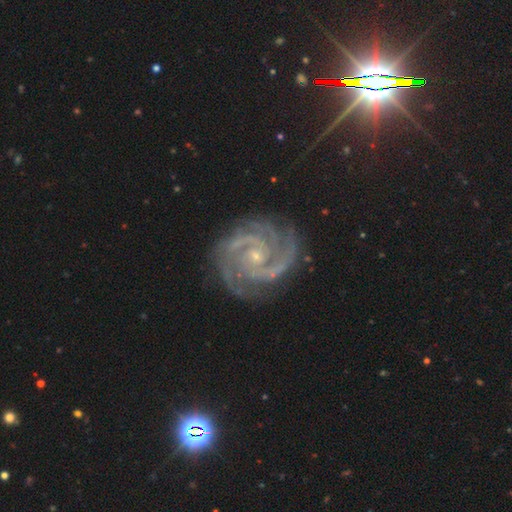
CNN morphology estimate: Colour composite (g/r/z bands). It shows a featured or disk galaxy (92%) with no bar (66%), 2 (37%) tight (66%) spiral arms (99%) and a small central bulge (82%). Merging: none (79%).